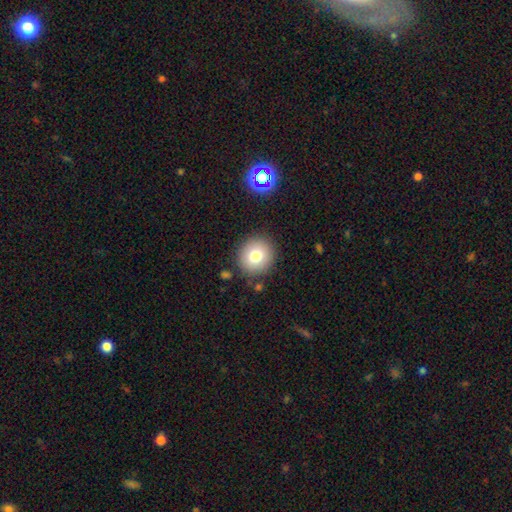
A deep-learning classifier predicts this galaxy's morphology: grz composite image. It shows a smooth galaxy with no disk features (77%) that is round (91%). Merging: none (87%).